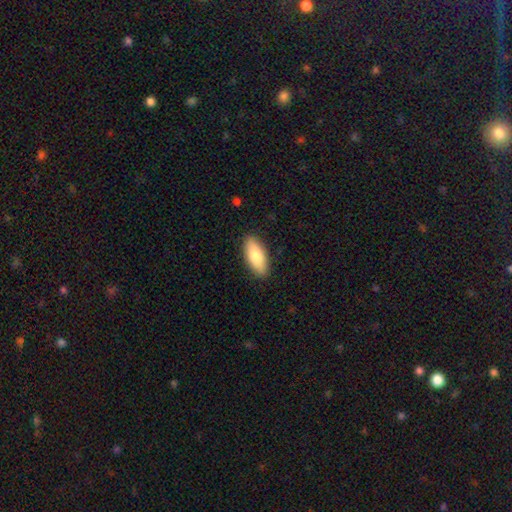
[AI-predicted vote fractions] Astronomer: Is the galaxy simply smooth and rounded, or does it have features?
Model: smooth — 79%.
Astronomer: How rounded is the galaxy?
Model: in between — 81%.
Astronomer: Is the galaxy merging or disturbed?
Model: none — 89%.